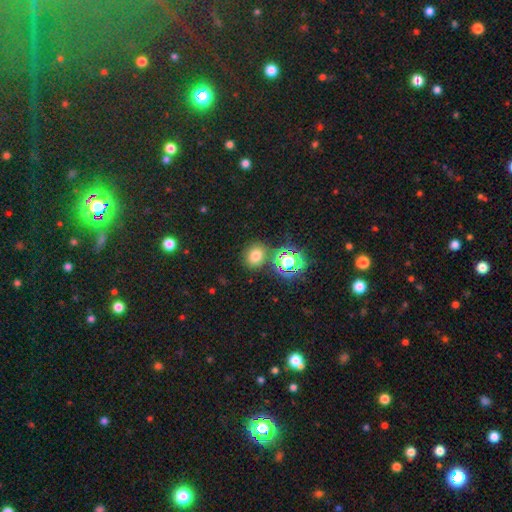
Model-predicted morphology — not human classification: type=smooth (68%); roundness=round (72%); merging=none (78%).